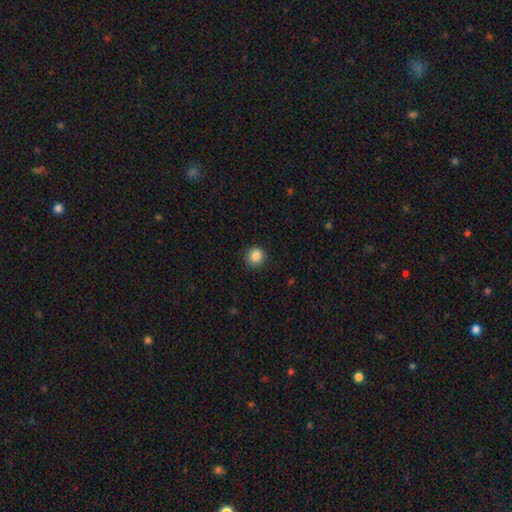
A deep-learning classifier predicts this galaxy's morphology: The model was most divided on "how rounded": round: 87%, in between: 12%, cigar-shaped: 1%. More confident: merging — none (90%); smooth or featured — smooth (87%).